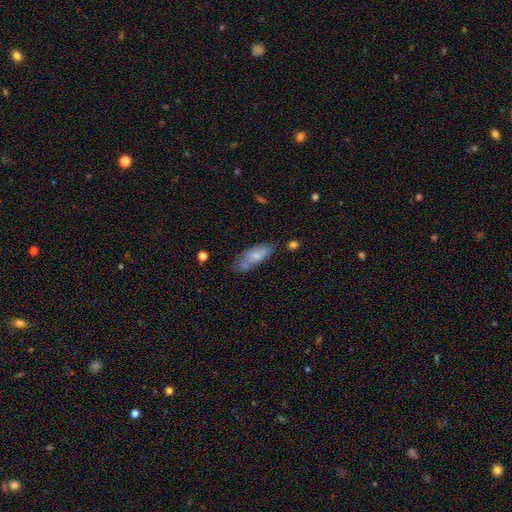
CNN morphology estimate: type=smooth (65%); roundness=in between (67%); merging=none (54%).